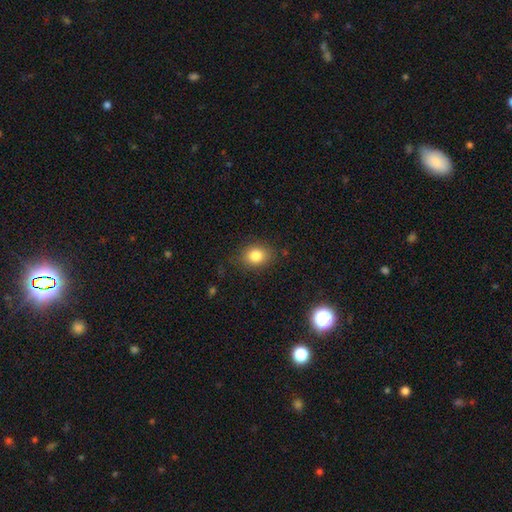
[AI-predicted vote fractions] Smooth or featured? Predicted: smooth (p=0.82). How rounded? Predicted: round (p=0.56). Merging? Predicted: none (p=0.82).